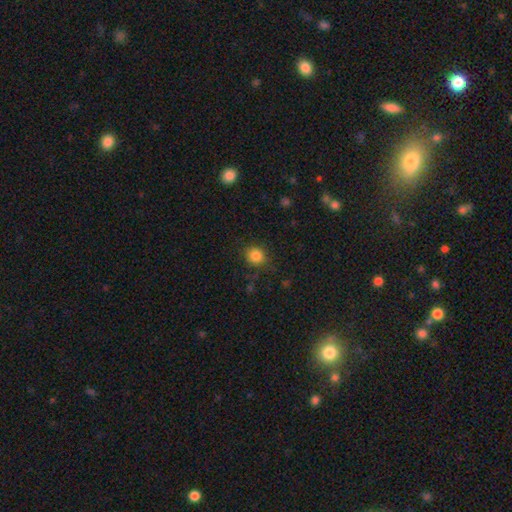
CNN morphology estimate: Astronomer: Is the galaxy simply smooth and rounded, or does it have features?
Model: smooth — 84%.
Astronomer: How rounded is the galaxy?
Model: round — 82%.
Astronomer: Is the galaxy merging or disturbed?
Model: none — 83%.